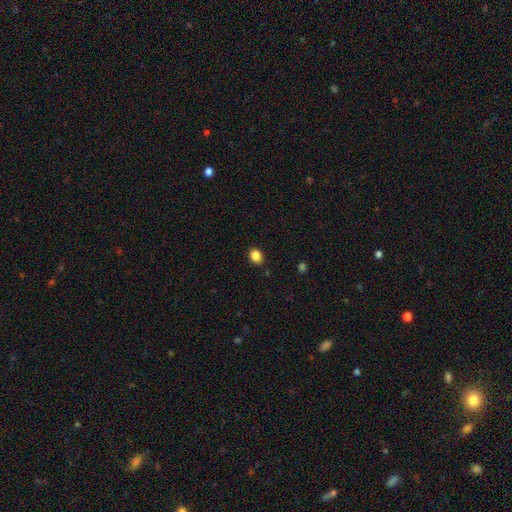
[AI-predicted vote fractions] A smooth galaxy with no disk features (87%) that is in between round and cigar-shaped (55%). Merging: none (89%).